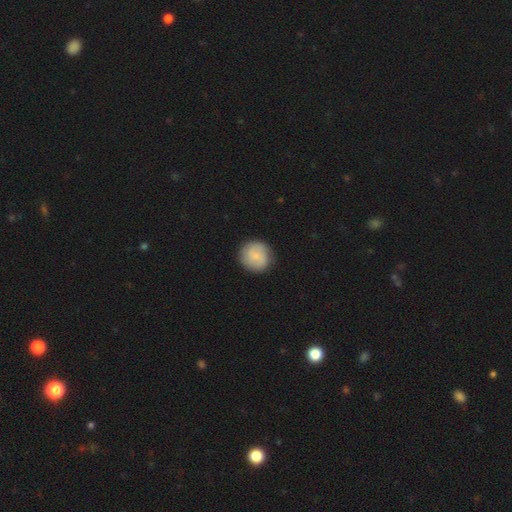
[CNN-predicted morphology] This is possibly a smooth galaxy (51%). How rounded: clearly round (92%). Merging: clearly none (86%).